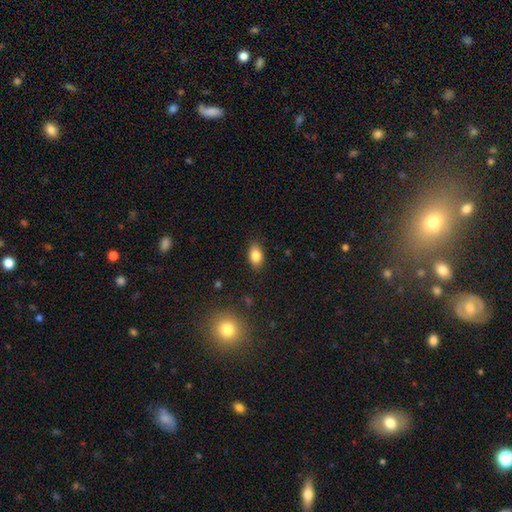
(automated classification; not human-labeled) This appears to be a smooth galaxy with no disk features (84%) that is in between round and cigar-shaped (88%). Merging: none (86%).